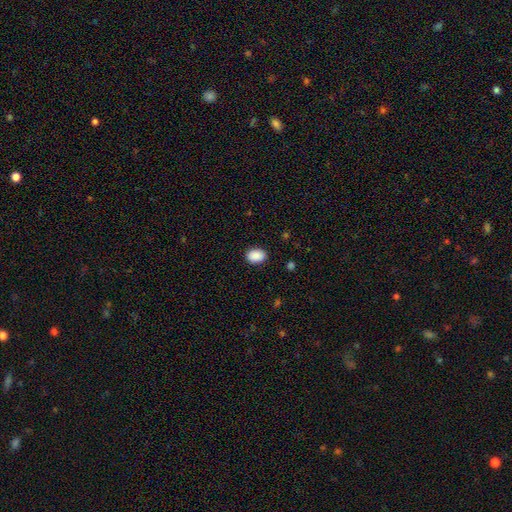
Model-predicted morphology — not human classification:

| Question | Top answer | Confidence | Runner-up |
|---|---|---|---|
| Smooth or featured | smooth | 90% | star or artifact (7%) |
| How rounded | in between | 79% | round (20%) |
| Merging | none | 88% | minor disturbance (9%) |